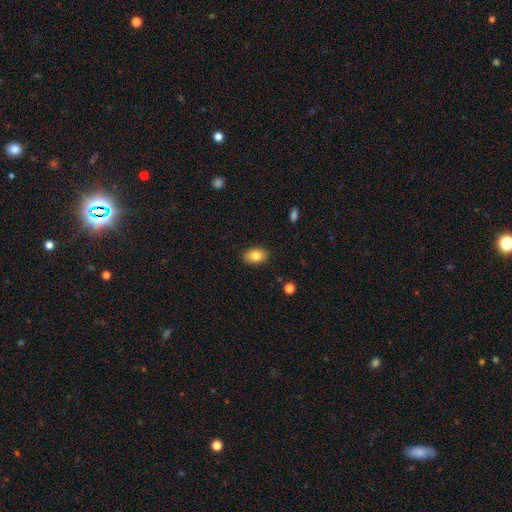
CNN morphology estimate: A smooth galaxy with no disk features (82%) that is in between round and cigar-shaped (84%).

Vote fractions:
- Smooth or featured? smooth: 82% / featured or disk: 9% / star or artifact: 8%
- How rounded? in between: 84% / round: 15% / cigar-shaped: 1%
- Merging? none: 88% / minor disturbance: 9% / major disturbance: 2% / merger: 1%